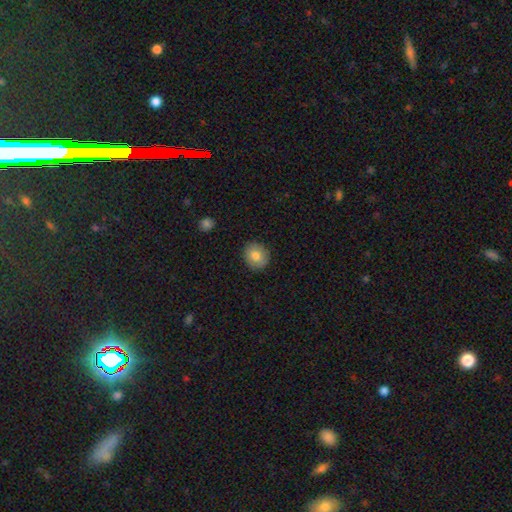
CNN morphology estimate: This is clearly a smooth galaxy (80%). How rounded: likely round (77%). Merging: clearly none (89%).